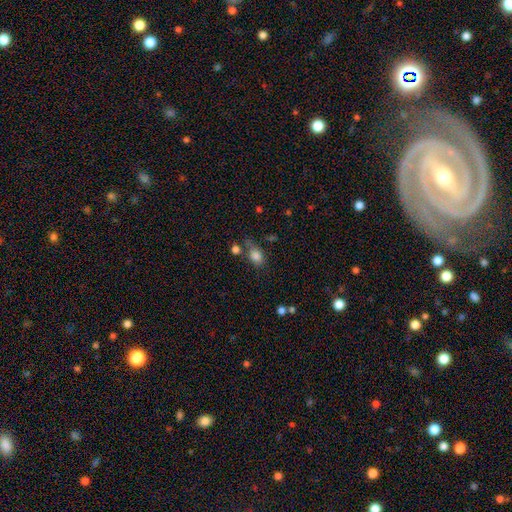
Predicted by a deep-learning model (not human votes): A smooth galaxy with no disk features (82%) that is in between round and cigar-shaped (70%).

Vote fractions:
- Smooth or featured? smooth: 82% / star or artifact: 10% / featured or disk: 8%
- How rounded? in between: 70% / round: 28% / cigar-shaped: 2%
- Merging? none: 53% / minor disturbance: 23% / merger: 14% / major disturbance: 10%